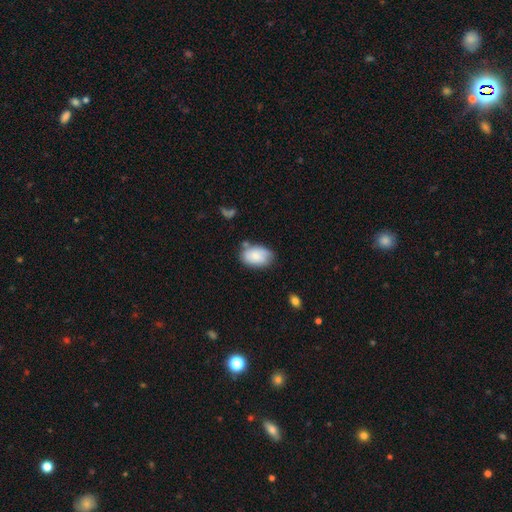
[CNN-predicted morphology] Overall: smooth (75%). How rounded: in between (89%). Merging: none (64%; minor disturbance 24%).